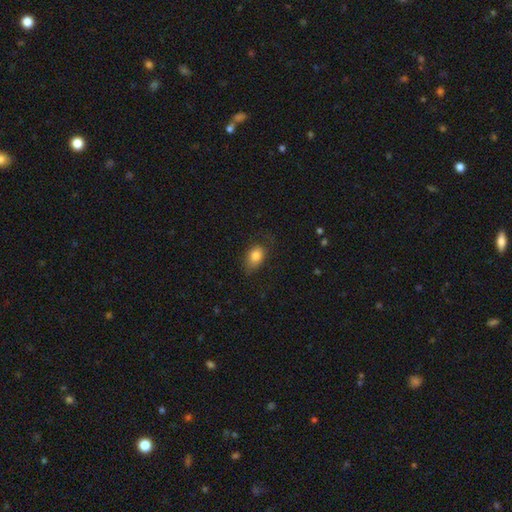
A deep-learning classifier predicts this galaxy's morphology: Overall: smooth (81%). How rounded: in between (79%). Merging: none (66%).